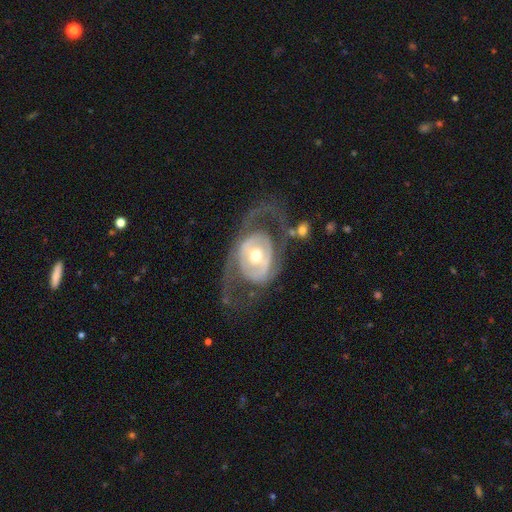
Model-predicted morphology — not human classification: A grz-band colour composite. It shows a featured or disk galaxy (78%) with no bar (60%), spiral arms (55%) and a moderate central bulge (70%). Merging: none (55%).